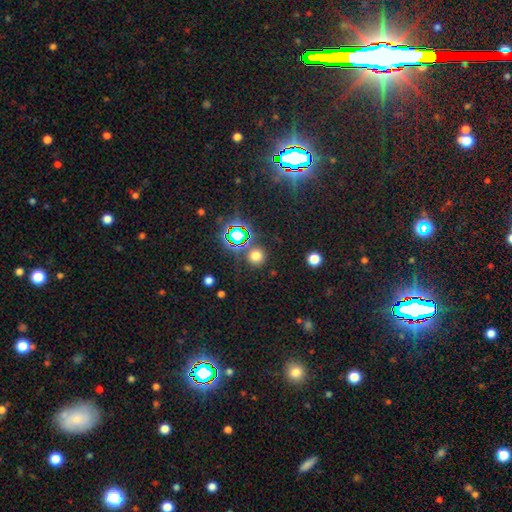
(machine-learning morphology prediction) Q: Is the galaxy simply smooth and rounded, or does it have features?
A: smooth — 65%.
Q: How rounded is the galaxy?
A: round — 91%.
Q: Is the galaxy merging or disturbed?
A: none — 82%.